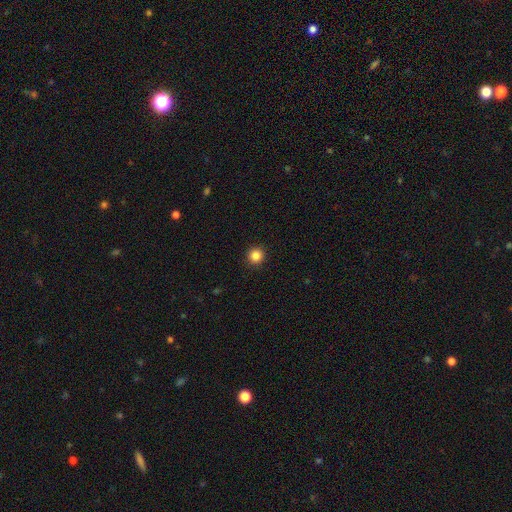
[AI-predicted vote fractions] smooth-or-featured: smooth: 86% | star or artifact: 11% | featured or disk: 3%
  how-rounded: round: 94% | in between: 5% | cigar-shaped: 1%
  merging: none: 93% | minor disturbance: 5% | major disturbance: 2% | merger: 1%